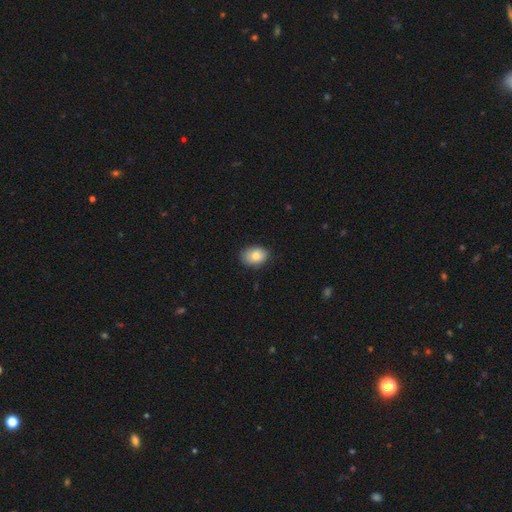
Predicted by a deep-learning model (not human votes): Smooth or featured? smooth (83%)
How rounded? in between (75%)
Merging? none (80%)